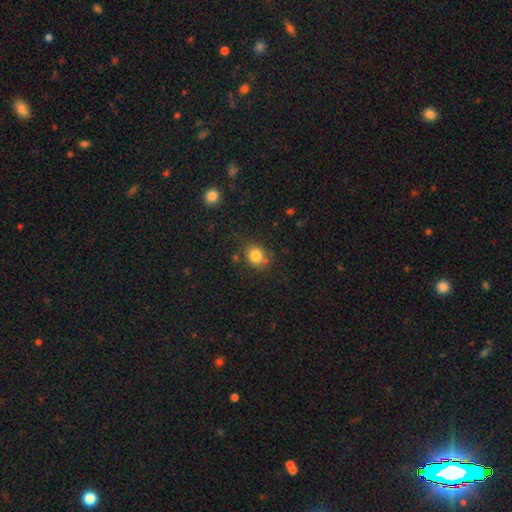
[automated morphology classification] Q: Smooth or featured?
A: smooth (82%); runner-up: star or artifact (11%)
Q: How rounded?
A: round (69%); runner-up: in between (30%)
Q: Merging?
A: none (74%); runner-up: minor disturbance (15%)